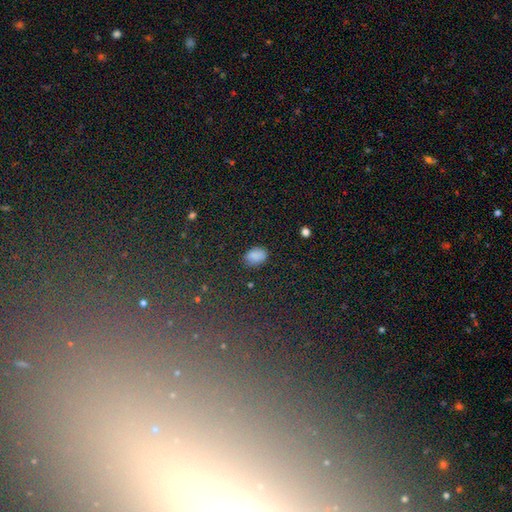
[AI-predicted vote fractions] The model was most divided on "merging": none: 82%, minor disturbance: 13%, major disturbance: 3%, merger: 2%. More confident: how rounded — in between (85%); smooth or featured — smooth (84%).